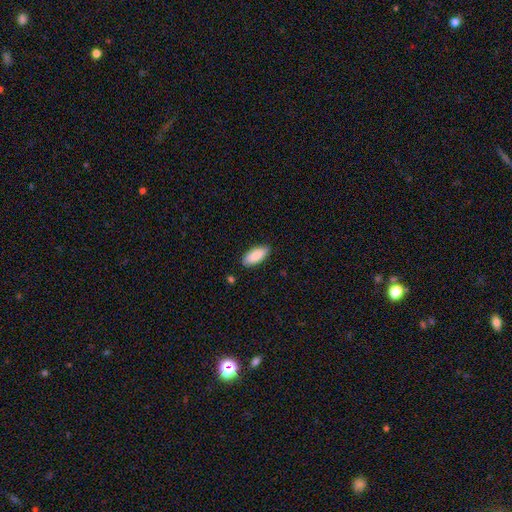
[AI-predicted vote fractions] Smooth or featured? smooth (90%)
How rounded? in between (85%)
Merging? none (86%)